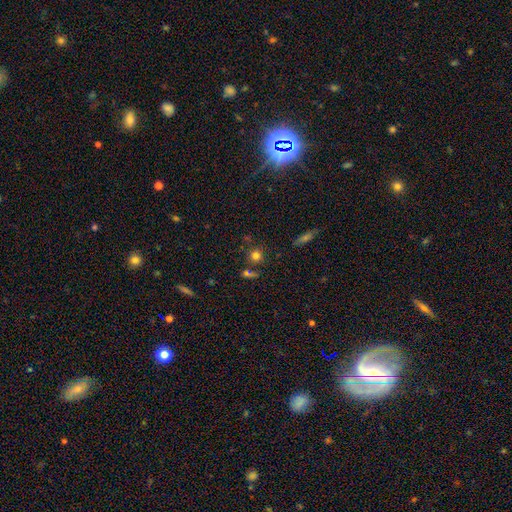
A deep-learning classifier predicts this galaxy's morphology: smooth-or-featured: smooth: 76% | star or artifact: 15% | featured or disk: 9%
  how-rounded: round: 88% | in between: 10% | cigar-shaped: 2%
  merging: none: 72% | merger: 15% | minor disturbance: 10% | major disturbance: 4%